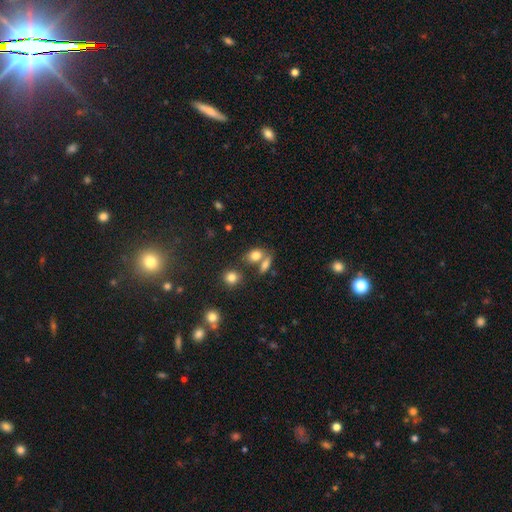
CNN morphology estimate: smooth-or-featured: smooth: 78% | featured or disk: 11% | star or artifact: 11%
  how-rounded: in between: 74% | round: 22% | cigar-shaped: 4%
  merging: none: 48% | merger: 35% | minor disturbance: 12% | major disturbance: 5%